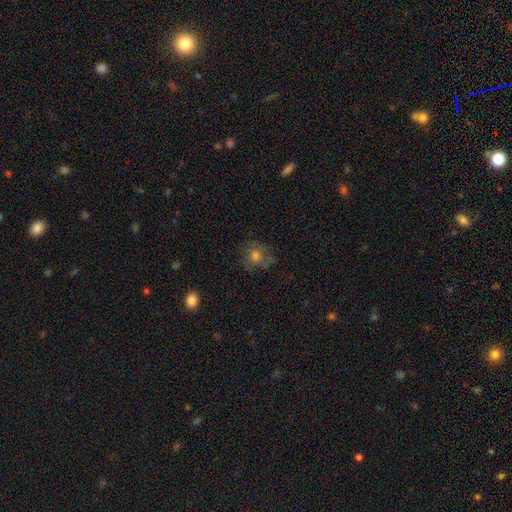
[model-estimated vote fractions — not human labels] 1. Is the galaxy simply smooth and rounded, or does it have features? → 65% smooth, 21% featured or disk, 14% star or artifact.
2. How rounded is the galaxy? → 81% round, 18% in between, 1% cigar-shaped.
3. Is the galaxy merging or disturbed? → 67% none, 20% minor disturbance, 11% major disturbance, 2% merger.